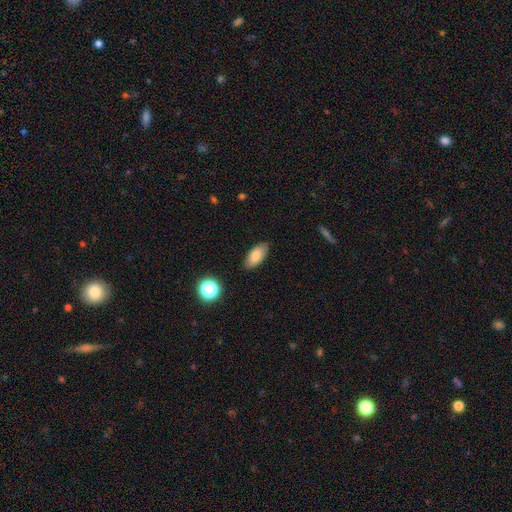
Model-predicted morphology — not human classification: Overall: smooth (82%). How rounded: in between (90%). Merging: none (84%).